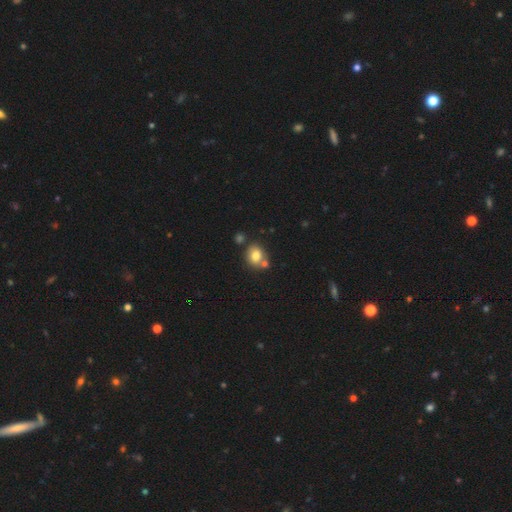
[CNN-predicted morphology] Smooth or featured?
  - smooth: 79% *
  - featured or disk: 11%
  - star or artifact: 10%
How rounded?
  - round: 61% *
  - in between: 38%
  - cigar-shaped: 1%
Merging?
  - none: 59% *
  - merger: 25%
  - minor disturbance: 12%
  - major disturbance: 3%